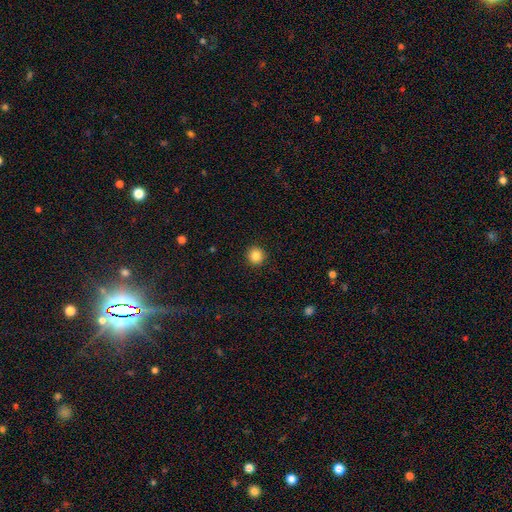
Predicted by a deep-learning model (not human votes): Overall: smooth (86%). How rounded: round (94%). Merging: none (92%).